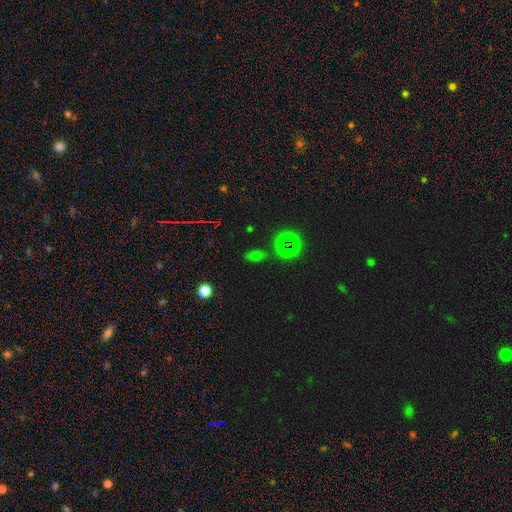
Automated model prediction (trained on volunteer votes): Morphology: type=smooth (49%); merging=none (77%).